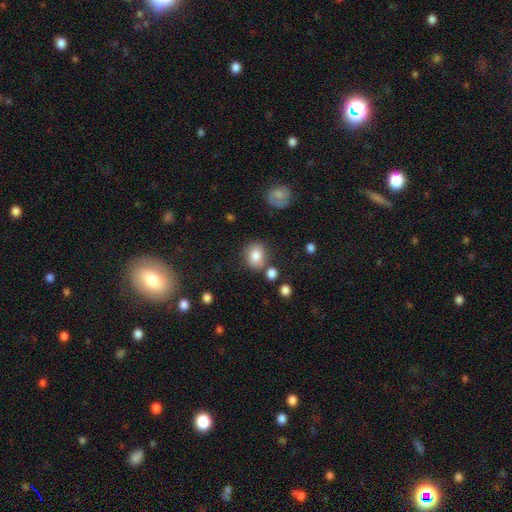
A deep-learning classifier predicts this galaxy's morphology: Smooth or featured: smooth — 82% (star or artifact — 10%)
How rounded: round — 58% (in between — 41%)
Merging: none — 69% (minor disturbance — 16%)